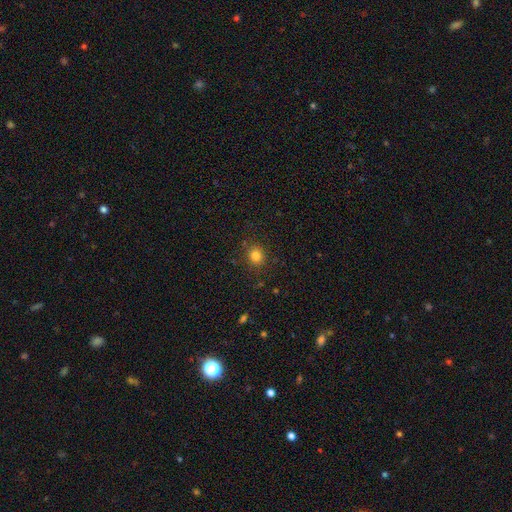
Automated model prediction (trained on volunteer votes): Smooth or featured? smooth (81%)
How rounded? round (83%)
Merging? none (85%)